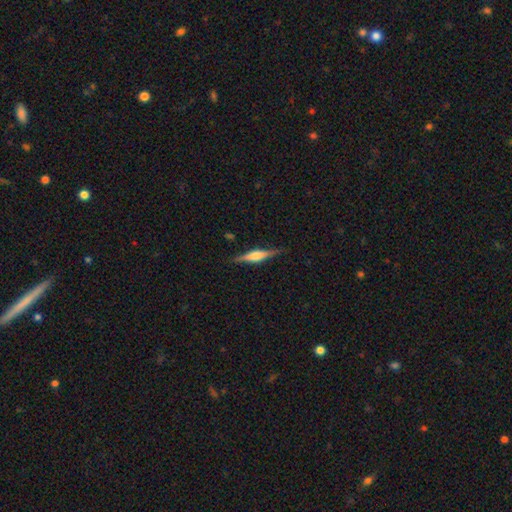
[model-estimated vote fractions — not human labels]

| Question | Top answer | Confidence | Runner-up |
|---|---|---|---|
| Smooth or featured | featured or disk | 72% | smooth (22%) |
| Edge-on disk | yes | 98% | no (2%) |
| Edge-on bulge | rounded | 69% | boxy (26%) |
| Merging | none | 88% | minor disturbance (9%) |